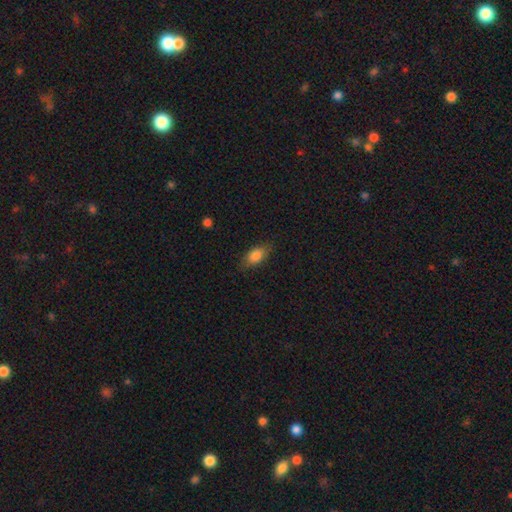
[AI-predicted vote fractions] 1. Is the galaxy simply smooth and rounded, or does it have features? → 82% smooth, 10% featured or disk, 8% star or artifact.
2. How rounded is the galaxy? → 87% in between, 7% cigar-shaped, 6% round.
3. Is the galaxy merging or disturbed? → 80% none, 15% minor disturbance, 4% major disturbance, 1% merger.